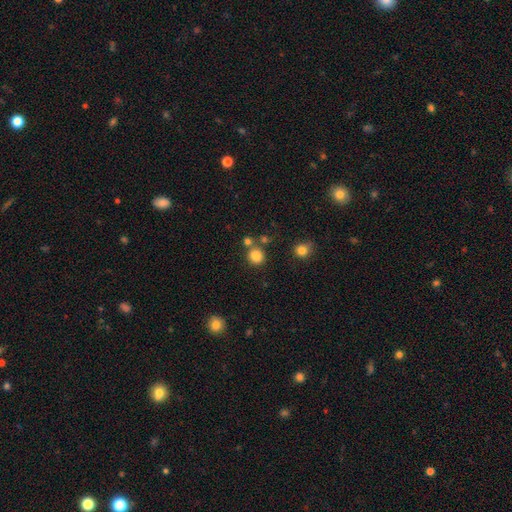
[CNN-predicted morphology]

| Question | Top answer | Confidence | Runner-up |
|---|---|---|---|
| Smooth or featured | smooth | 83% | star or artifact (12%) |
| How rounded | round | 88% | in between (11%) |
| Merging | none | 73% | merger (15%) |